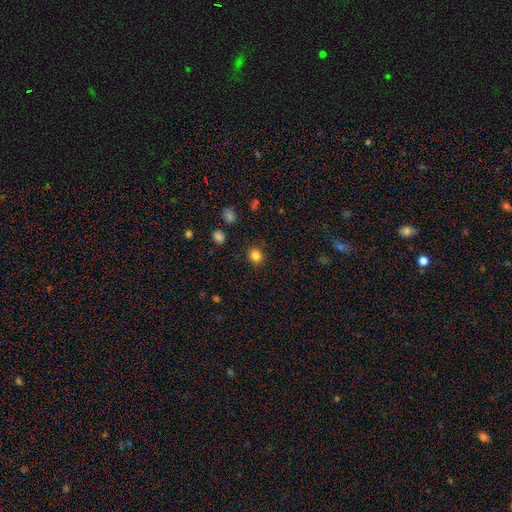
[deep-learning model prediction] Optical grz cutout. It shows a smooth galaxy with no disk features (83%) that is round (81%). Merging: none (89%).